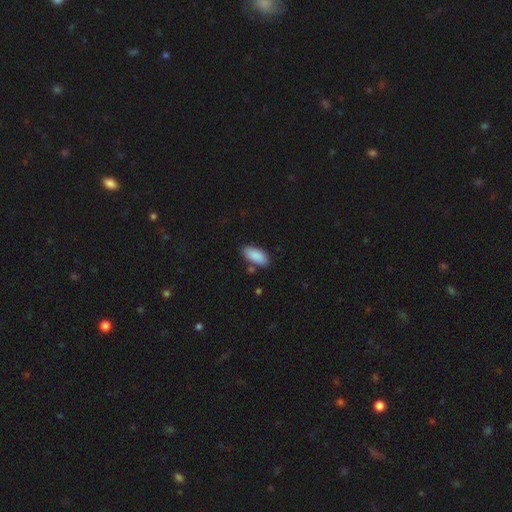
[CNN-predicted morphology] smooth_or_featured: smooth (p=0.89) [alt: star or artifact p=0.06]
how_rounded: in between (p=0.89) [alt: cigar-shaped p=0.09]
merging: none (p=0.78) [alt: minor disturbance p=0.14]